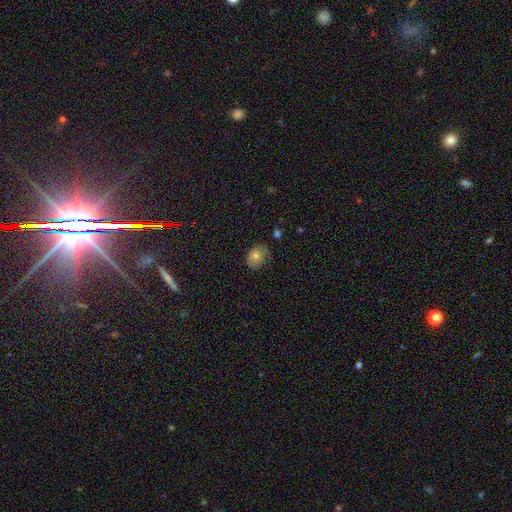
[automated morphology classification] Smooth or featured? smooth (68%)
How rounded? in between (51%)
Merging? none (66%)